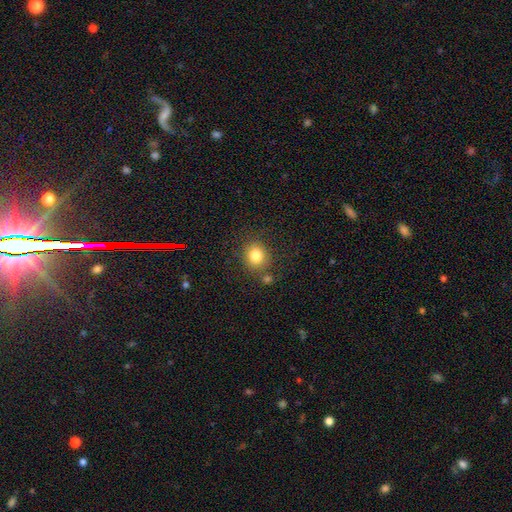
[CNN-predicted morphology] type=smooth (82%); roundness=round (75%); merging=none (76%).